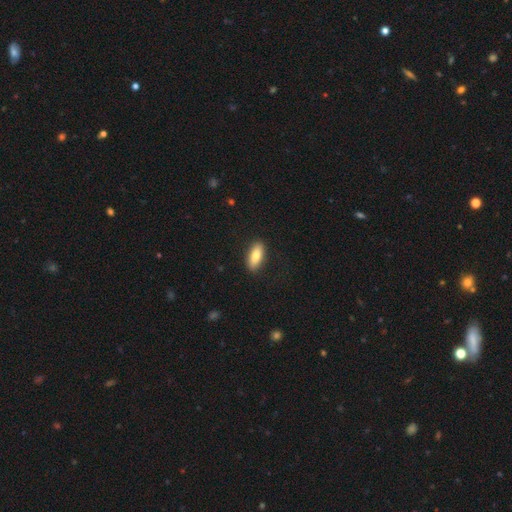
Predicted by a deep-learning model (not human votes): Overall: smooth (77%). How rounded: in between (78%). Merging: none (88%).